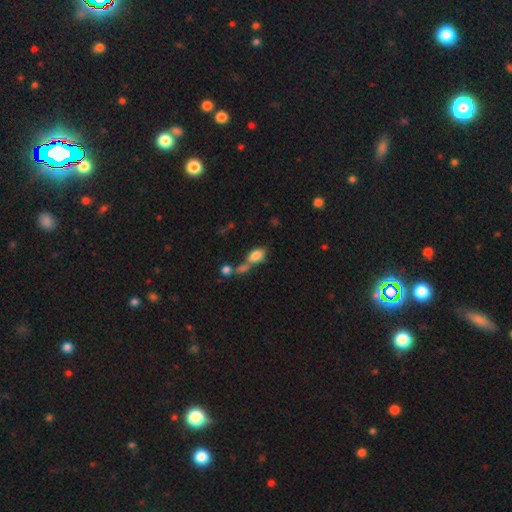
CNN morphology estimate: Smooth or featured? smooth (79%)
How rounded? in between (85%)
Merging? merger (51%)